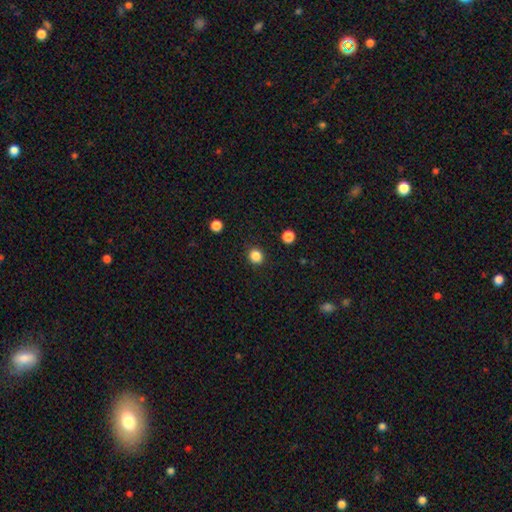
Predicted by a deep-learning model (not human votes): Morphology: type=smooth (85%); roundness=round (89%); merging=none (91%).